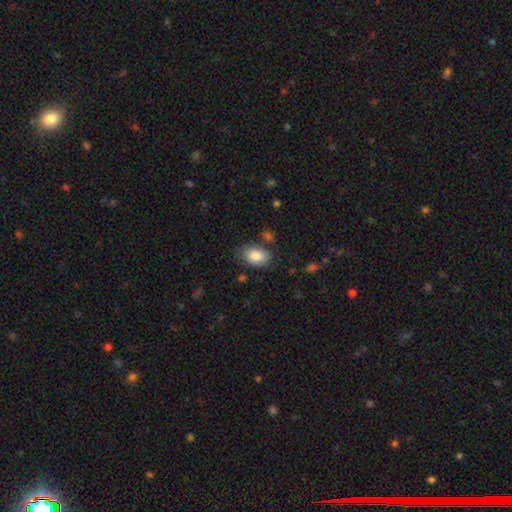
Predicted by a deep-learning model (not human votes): Smooth or featured?
  - smooth: 86% *
  - star or artifact: 7%
  - featured or disk: 7%
How rounded?
  - in between: 86% *
  - round: 13%
  - cigar-shaped: 1%
Merging?
  - none: 73% *
  - minor disturbance: 18%
  - major disturbance: 5%
  - merger: 4%